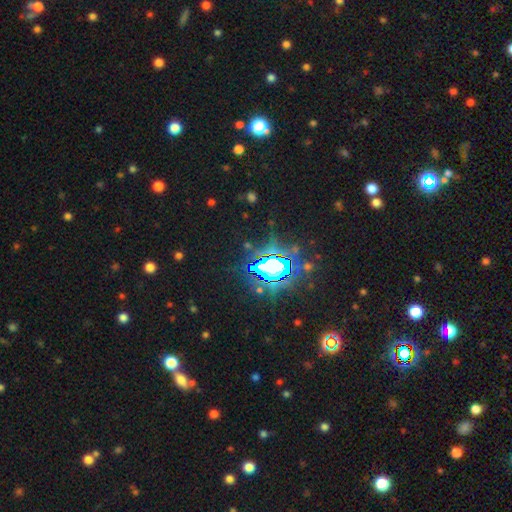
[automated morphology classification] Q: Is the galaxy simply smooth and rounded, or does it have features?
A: star or artifact — 82%.